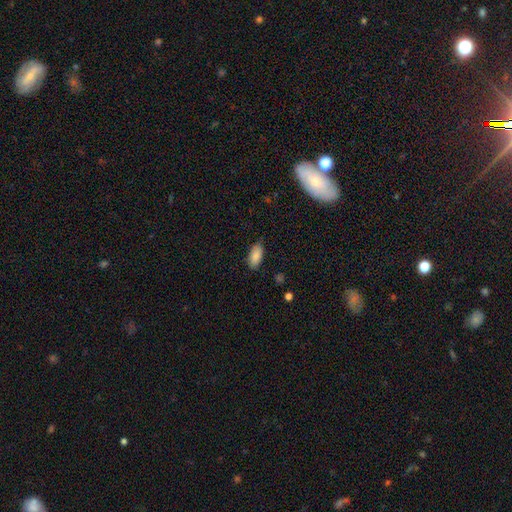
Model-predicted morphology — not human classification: This is clearly a smooth galaxy (86%). How rounded: clearly in between (91%). Merging: likely none (78%).